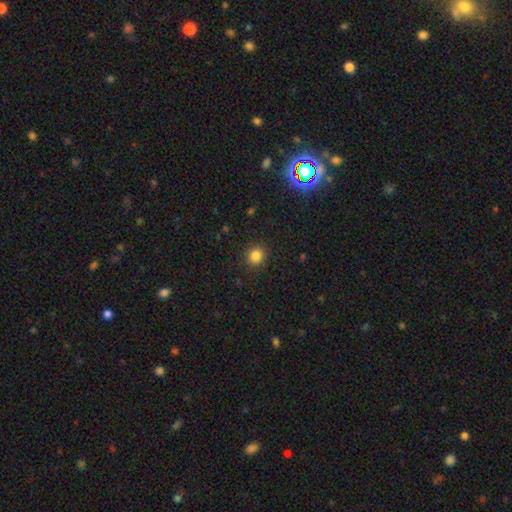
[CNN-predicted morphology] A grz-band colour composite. It shows a smooth galaxy with no disk features (84%) that is round (83%). Merging: none (89%).